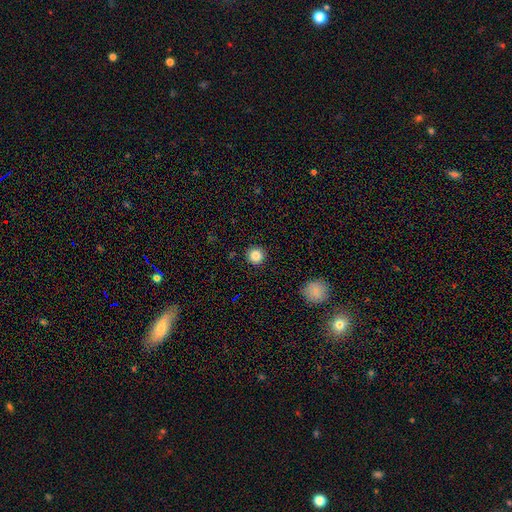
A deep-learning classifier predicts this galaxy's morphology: A smooth galaxy with no disk features (85%) that is round (95%).

Vote fractions:
- Smooth or featured? smooth: 85% / star or artifact: 11% / featured or disk: 4%
- How rounded? round: 95% / in between: 4% / cigar-shaped: 1%
- Merging? none: 92% / minor disturbance: 5% / major disturbance: 2% / merger: 1%